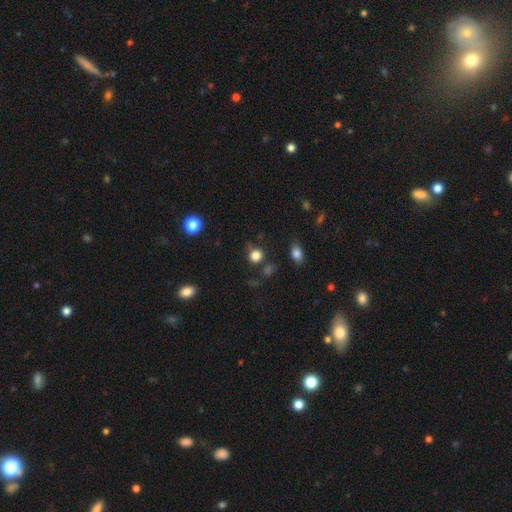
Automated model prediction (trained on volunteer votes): smooth_or_featured: smooth (p=0.81) [alt: star or artifact p=0.14]
how_rounded: round (p=0.87) [alt: in between p=0.12]
merging: none (p=0.74) [alt: minor disturbance p=0.14]